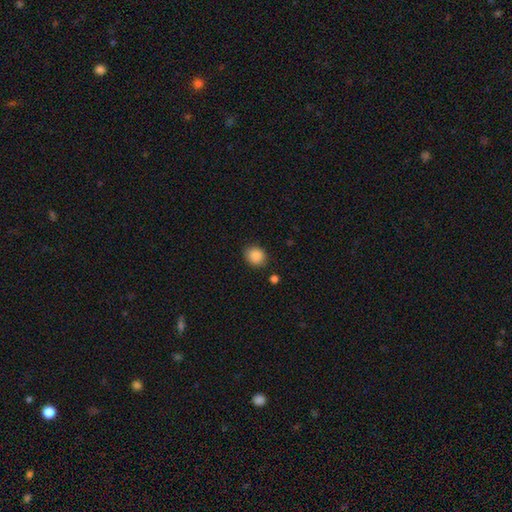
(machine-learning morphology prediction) smooth_or_featured: smooth (p=0.88) [alt: star or artifact p=0.09]
how_rounded: round (p=0.69) [alt: in between p=0.30]
merging: none (p=0.83) [alt: minor disturbance p=0.12]